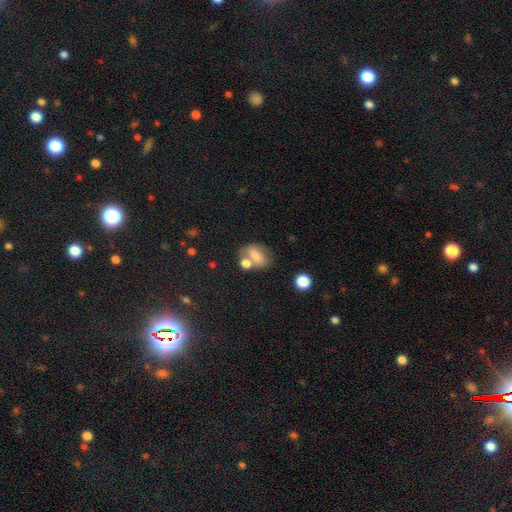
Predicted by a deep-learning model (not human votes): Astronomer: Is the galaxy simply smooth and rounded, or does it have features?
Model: smooth — 66%.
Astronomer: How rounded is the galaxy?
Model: in between — 69%.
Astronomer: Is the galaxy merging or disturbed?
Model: none — 43% (runner-up: merger, 33%).